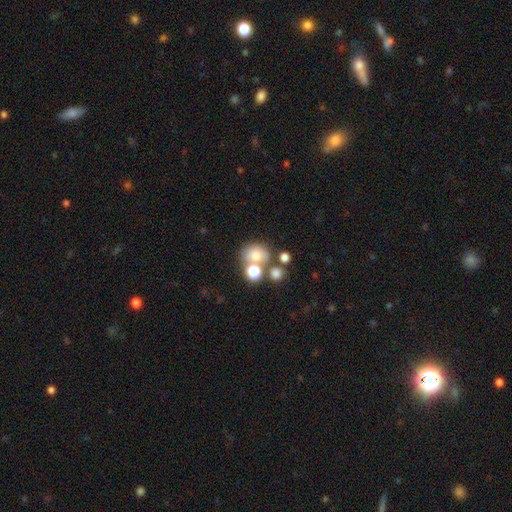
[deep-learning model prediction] Q: Smooth or featured?
A: smooth (71%); runner-up: star or artifact (15%)
Q: How rounded?
A: round (61%); runner-up: in between (37%)
Q: Merging?
A: none (44%); runner-up: merger (37%)